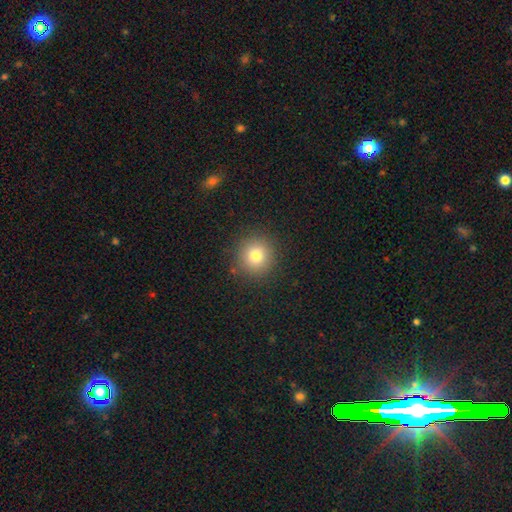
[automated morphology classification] Smooth or featured: smooth — 79% (star or artifact — 12%)
How rounded: round — 92% (in between — 7%)
Merging: none — 89% (minor disturbance — 7%)